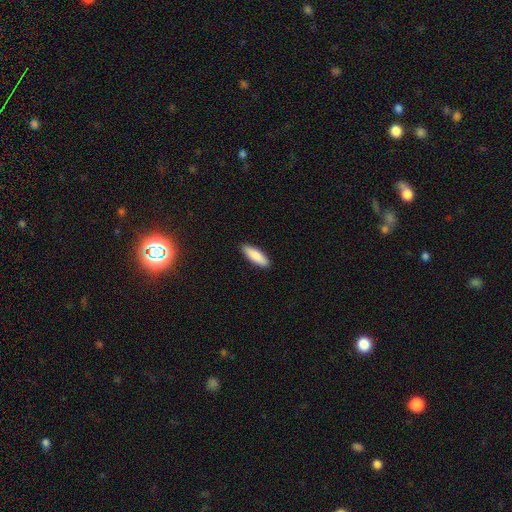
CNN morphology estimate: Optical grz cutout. It shows a smooth galaxy with no disk features (89%) that is cigar-shaped (50%). Merging: none (90%).